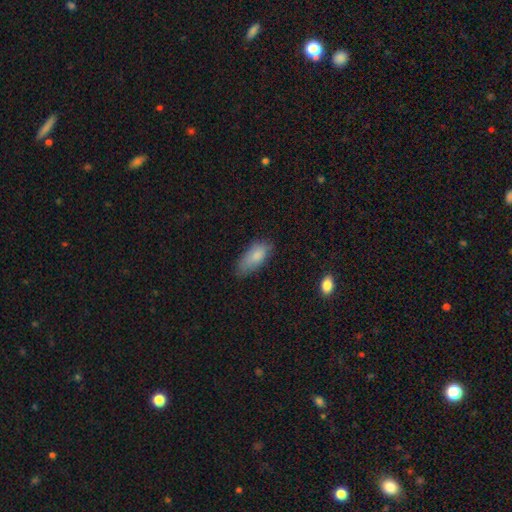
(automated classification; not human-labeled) Smooth or featured? Predicted: smooth (p=0.83). How rounded? Predicted: in between (p=0.84). Merging? Predicted: none (p=0.61).